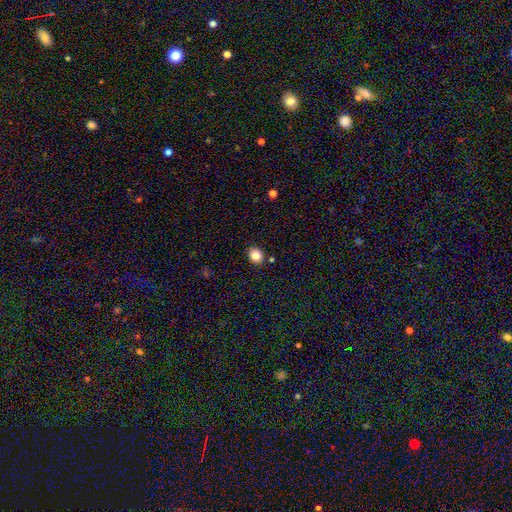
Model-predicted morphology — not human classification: smooth-or-featured: smooth: 86% | star or artifact: 10% | featured or disk: 4%
  how-rounded: round: 73% | in between: 26% | cigar-shaped: 1%
  merging: none: 87% | minor disturbance: 7% | merger: 3% | major disturbance: 2%